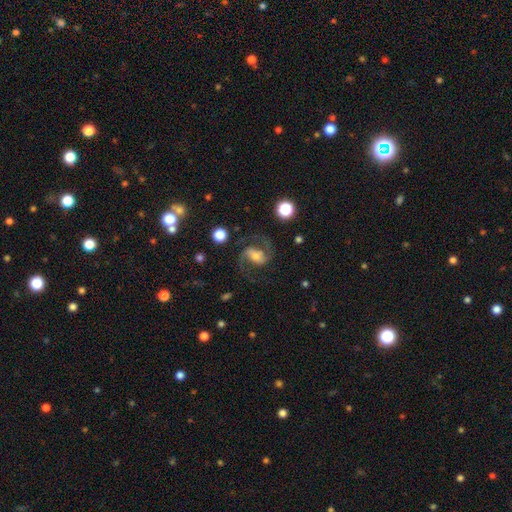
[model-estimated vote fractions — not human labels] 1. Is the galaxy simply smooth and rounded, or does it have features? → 84% featured or disk, 9% smooth, 7% star or artifact.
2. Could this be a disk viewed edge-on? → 98% no, 2% yes.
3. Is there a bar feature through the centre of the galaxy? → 42% weak, 30% strong, 27% no.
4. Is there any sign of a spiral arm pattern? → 97% yes, 3% no.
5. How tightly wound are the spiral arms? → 59% medium, 30% loose, 11% tight.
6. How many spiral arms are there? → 93% 2, 2% can't tell, 2% 1, 1% 3, 1% 4, 1% more than 4.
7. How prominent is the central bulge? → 45% moderate, 37% small, 11% large, 6% none, 2% dominant.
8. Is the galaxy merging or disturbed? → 73% none, 13% minor disturbance, 12% major disturbance, 2% merger.